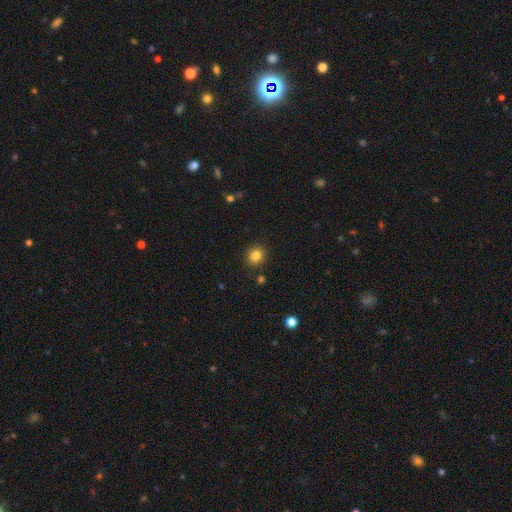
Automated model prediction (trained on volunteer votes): A smooth galaxy with no disk features (84%) that is round (82%). Merging: none (88%).